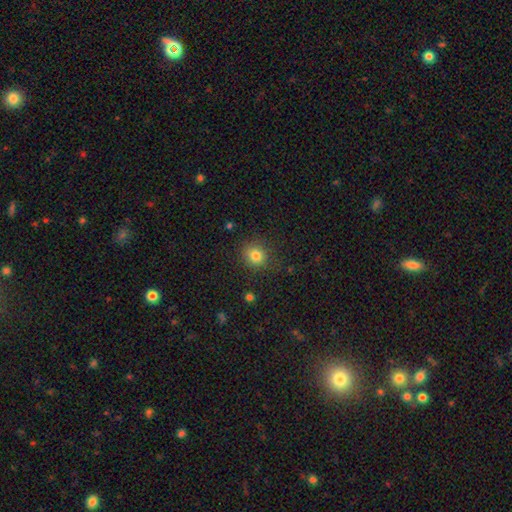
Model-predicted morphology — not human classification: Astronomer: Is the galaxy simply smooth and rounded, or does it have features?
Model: smooth — 80%.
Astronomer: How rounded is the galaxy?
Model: round — 86%.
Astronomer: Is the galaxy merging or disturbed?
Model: none — 85%.